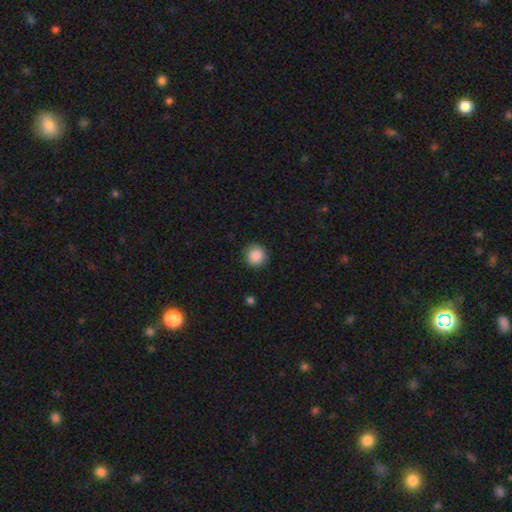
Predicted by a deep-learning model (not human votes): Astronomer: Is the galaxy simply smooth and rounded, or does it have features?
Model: smooth — 88%.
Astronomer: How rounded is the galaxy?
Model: round — 95%.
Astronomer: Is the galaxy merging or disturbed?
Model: none — 90%.